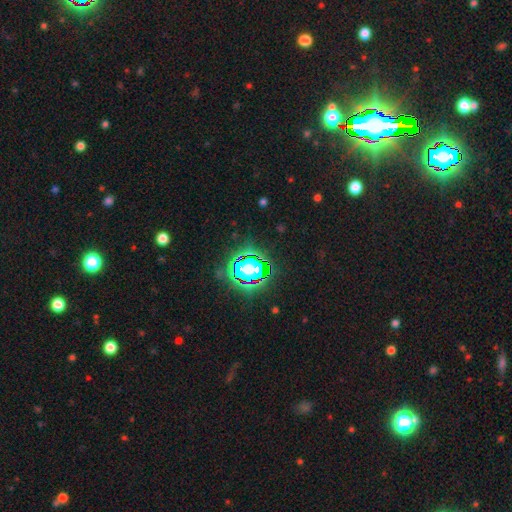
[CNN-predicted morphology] This appears to be a star or artifact, not a galaxy (78%).